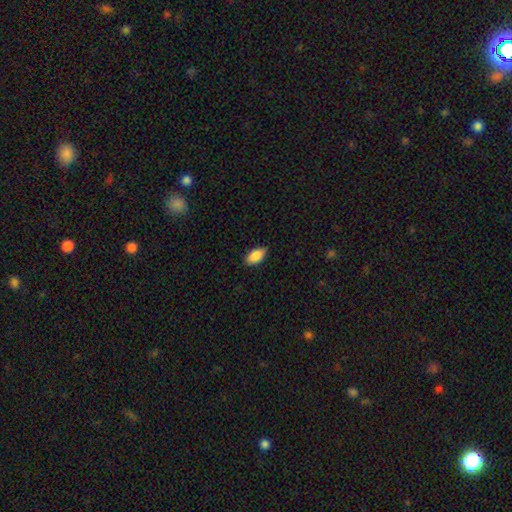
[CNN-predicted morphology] Q: Smooth or featured?
A: smooth (88%); runner-up: star or artifact (7%)
Q: How rounded?
A: in between (93%); runner-up: cigar-shaped (4%)
Q: Merging?
A: none (85%); runner-up: minor disturbance (12%)